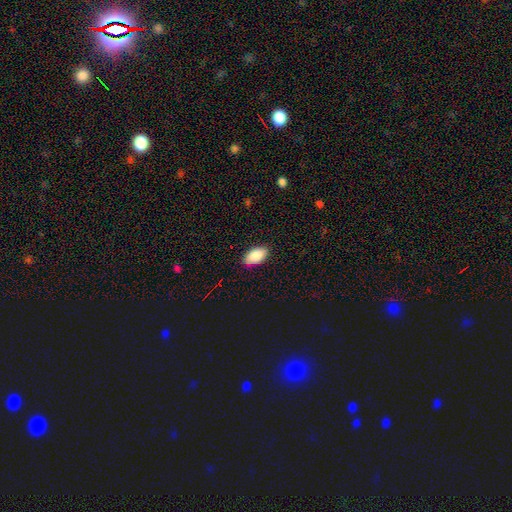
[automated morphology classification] Overall: smooth (88%). How rounded: in between (94%). Merging: none (88%).